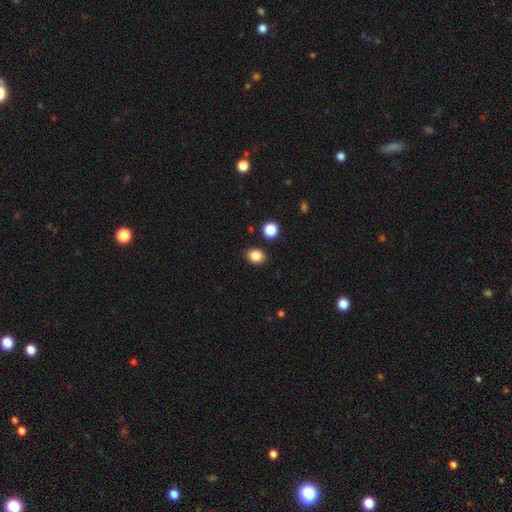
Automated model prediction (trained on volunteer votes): This appears to be a smooth galaxy with no disk features (85%) that is in between round and cigar-shaped (51%). Merging: none (88%).